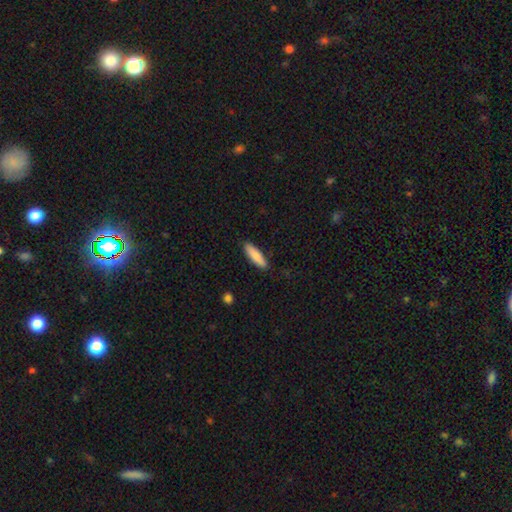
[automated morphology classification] This appears to be a smooth galaxy with no disk features (85%) that is cigar-shaped (67%). Merging: none (89%).